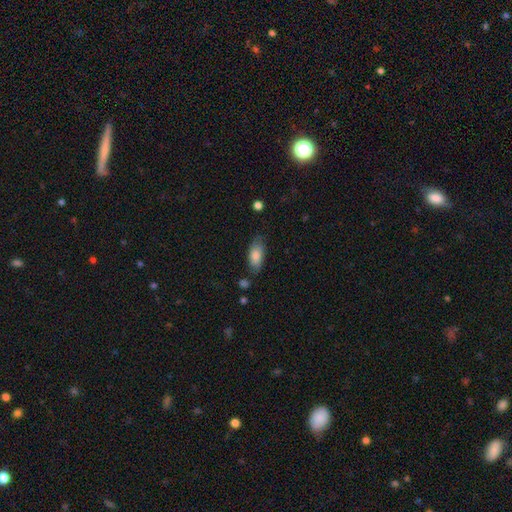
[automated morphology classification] Smooth or featured?
  - smooth: 84% *
  - featured or disk: 9%
  - star or artifact: 6%
How rounded?
  - in between: 88% *
  - cigar-shaped: 10%
  - round: 3%
Merging?
  - none: 70% *
  - minor disturbance: 22%
  - major disturbance: 5%
  - merger: 3%